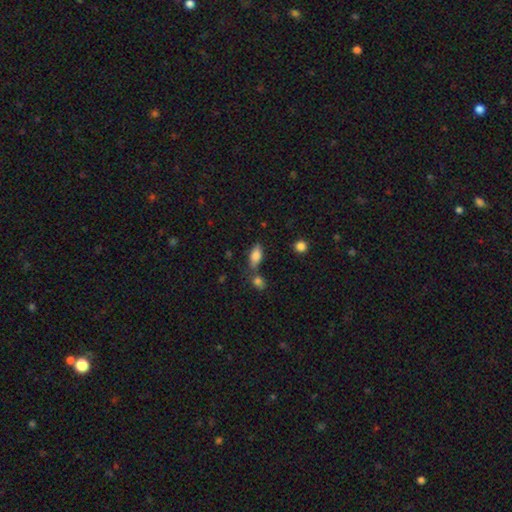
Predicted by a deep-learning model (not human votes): A smooth galaxy with no disk features (81%) that is in between round and cigar-shaped (86%).

Vote fractions:
- Smooth or featured? smooth: 81% / featured or disk: 11% / star or artifact: 8%
- How rounded? in between: 86% / cigar-shaped: 11% / round: 4%
- Merging? none: 64% / merger: 18% / minor disturbance: 14% / major disturbance: 4%